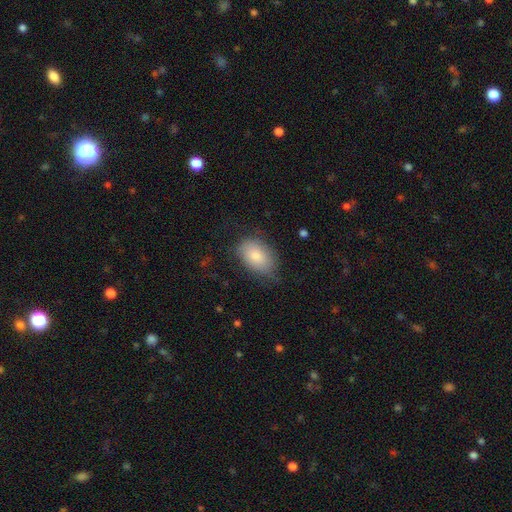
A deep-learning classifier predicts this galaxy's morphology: Smooth or featured? smooth (79%)
How rounded? in between (87%)
Merging? none (66%)